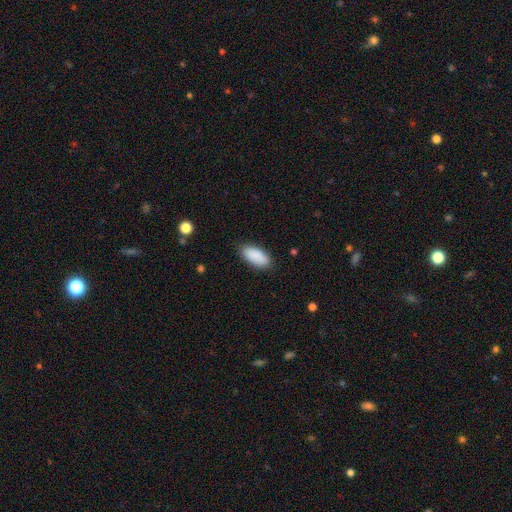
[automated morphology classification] A smooth galaxy with no disk features (90%) that is in between round and cigar-shaped (90%).

Vote fractions:
- Smooth or featured? smooth: 90% / star or artifact: 6% / featured or disk: 4%
- How rounded? in between: 90% / cigar-shaped: 8% / round: 2%
- Merging? none: 85% / minor disturbance: 12% / major disturbance: 2% / merger: 1%